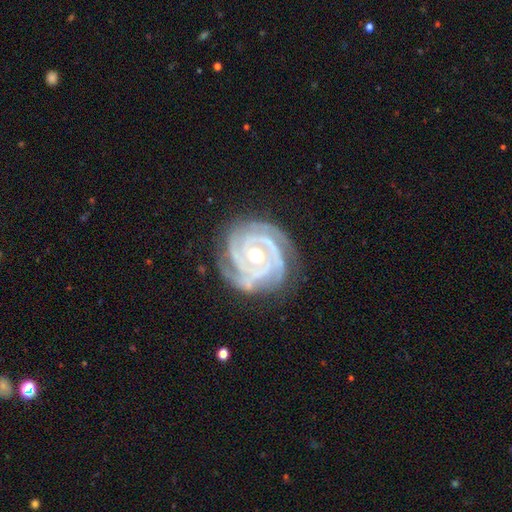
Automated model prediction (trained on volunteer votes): A featured or disk galaxy (92%) with no bar (66%), 3 (42%) tight (79%) spiral arms (98%) and a moderate central bulge (77%). Merging: none (74%).